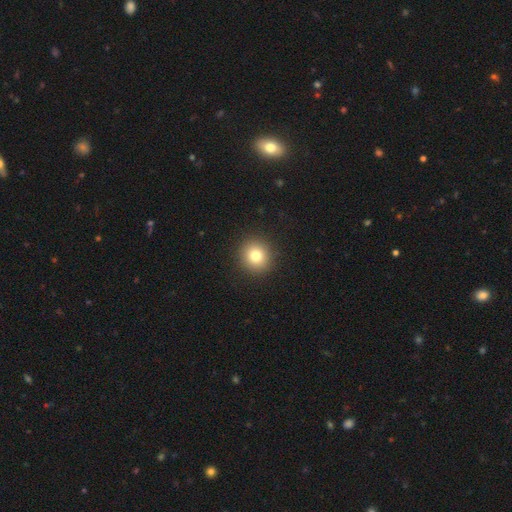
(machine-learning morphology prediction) Smooth or featured? smooth (79%)
How rounded? round (91%)
Merging? none (92%)